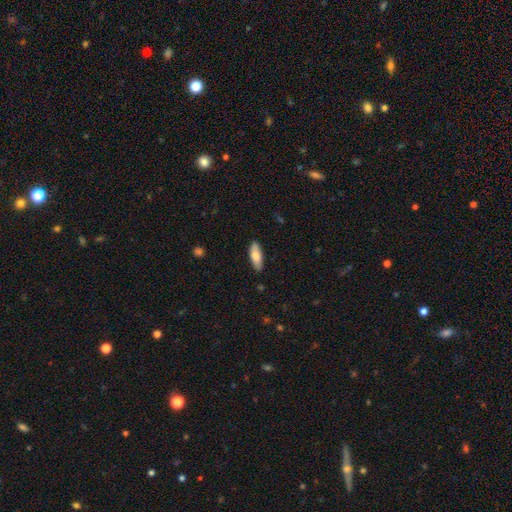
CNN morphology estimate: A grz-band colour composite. It shows a smooth galaxy with no disk features (76%) that is in between round and cigar-shaped (65%). Merging: none (87%).